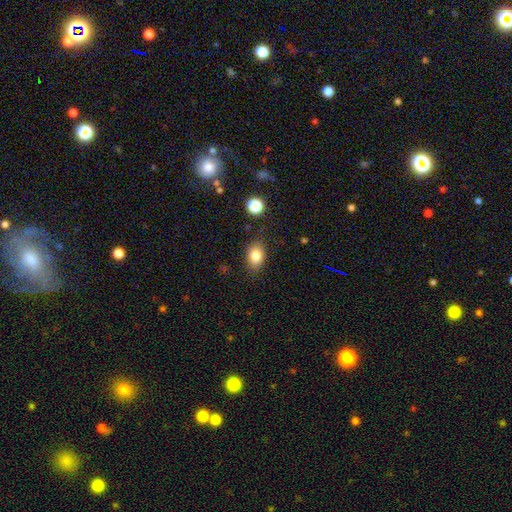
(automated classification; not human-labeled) A smooth galaxy with no disk features (83%) that is in between round and cigar-shaped (79%).

Vote fractions:
- Smooth or featured? smooth: 83% / star or artifact: 9% / featured or disk: 8%
- How rounded? in between: 79% / round: 20% / cigar-shaped: 2%
- Merging? none: 79% / minor disturbance: 15% / major disturbance: 4% / merger: 2%